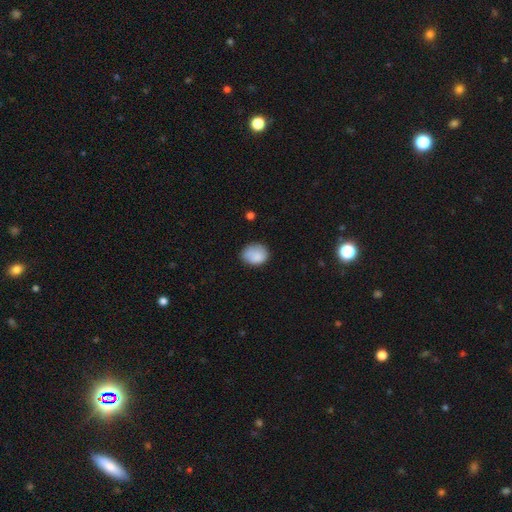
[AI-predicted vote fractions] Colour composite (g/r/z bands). It shows a smooth galaxy with no disk features (85%) that is in between round and cigar-shaped (50%). Merging: none (69%).